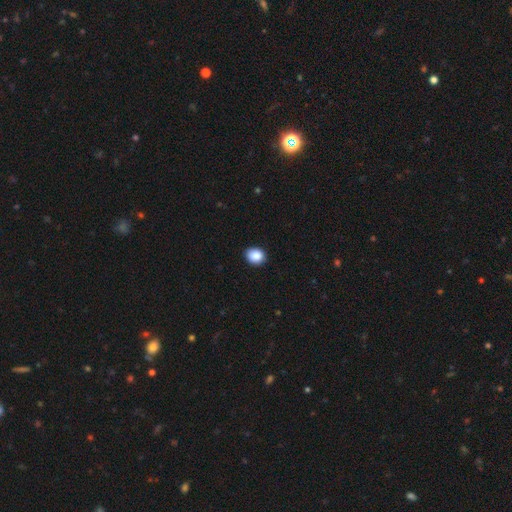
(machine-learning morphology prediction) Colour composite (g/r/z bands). It shows a smooth galaxy with no disk features (89%) that is round (57%). Merging: none (88%).